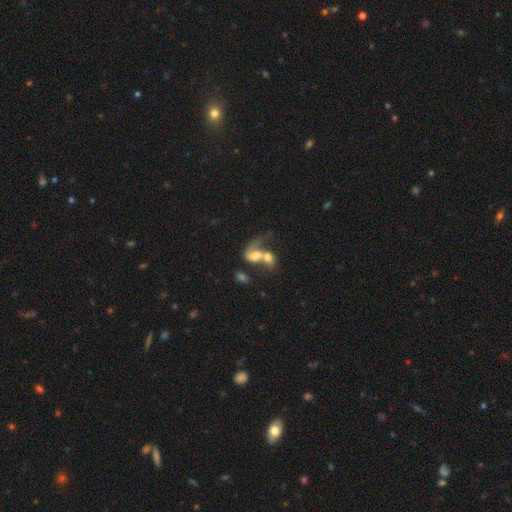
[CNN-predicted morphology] This is possibly a featured or disk galaxy (53%). It is clearly not viewed edge-on (96%). Bar: likely no (70%). Spiral arm pattern: likely yes (66%). Central bulge: possibly moderate (48%). Merging: likely merger (80%).